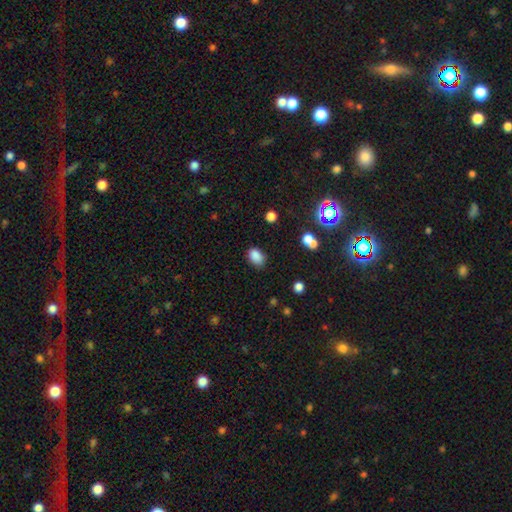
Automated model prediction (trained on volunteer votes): Morphology: type=smooth (85%); roundness=in between (83%); merging=none (80%).